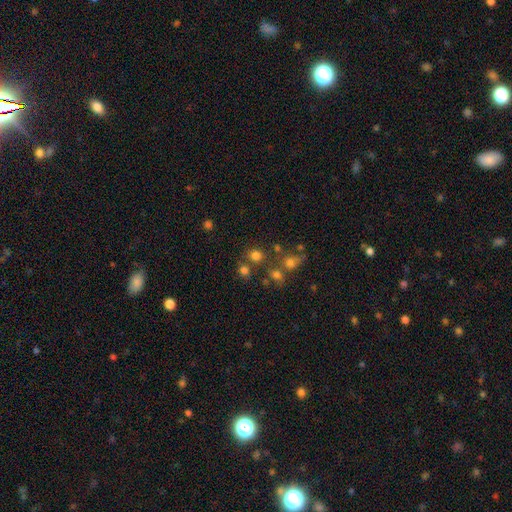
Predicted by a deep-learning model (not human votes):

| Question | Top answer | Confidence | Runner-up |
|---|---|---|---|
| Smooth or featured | smooth | 74% | star or artifact (19%) |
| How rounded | round | 83% | in between (16%) |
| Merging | none | 69% | merger (18%) |